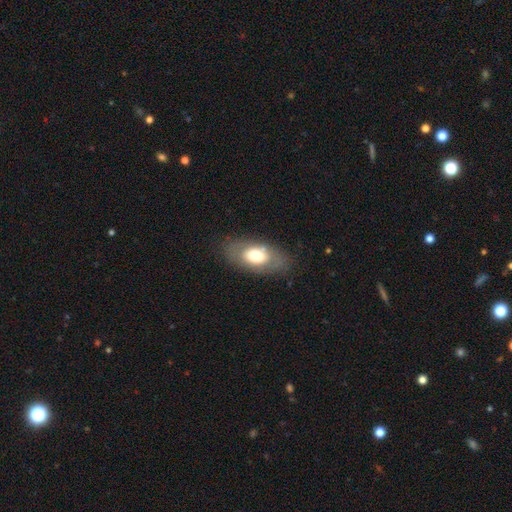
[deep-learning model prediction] smooth-or-featured: smooth: 63% | featured or disk: 30% | star or artifact: 7%
  how-rounded: in between: 91% | round: 7% | cigar-shaped: 3%
  merging: none: 77% | minor disturbance: 15% | major disturbance: 6% | merger: 1%